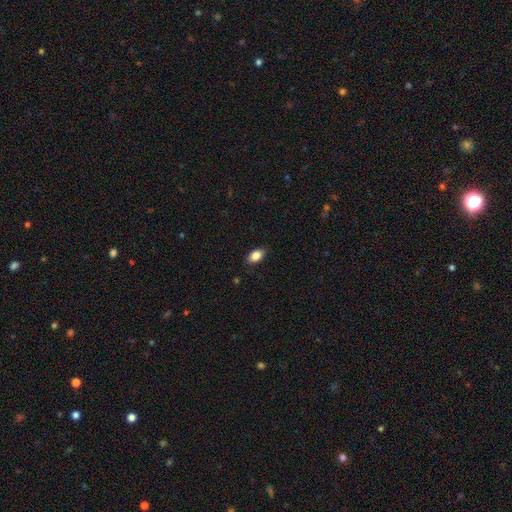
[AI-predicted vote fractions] The model was most divided on "merging": none: 87%, minor disturbance: 10%, major disturbance: 2%, merger: 1%. More confident: how rounded — in between (89%); smooth or featured — smooth (86%).